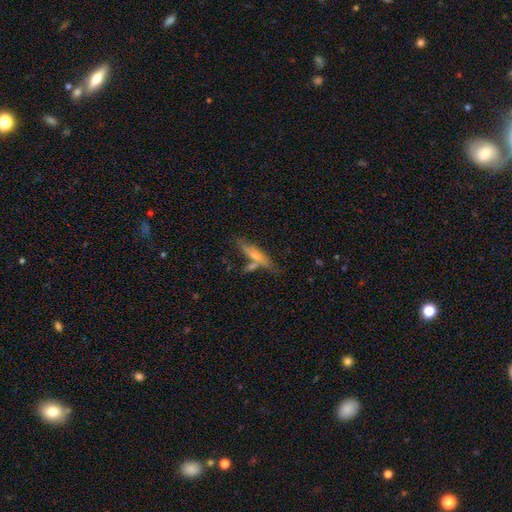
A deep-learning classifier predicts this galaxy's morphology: Smooth or featured: featured or disk — 52% (smooth — 39%)
Edge-on disk: yes — 82% (no — 18%)
Merging: none — 59% (merger — 19%)